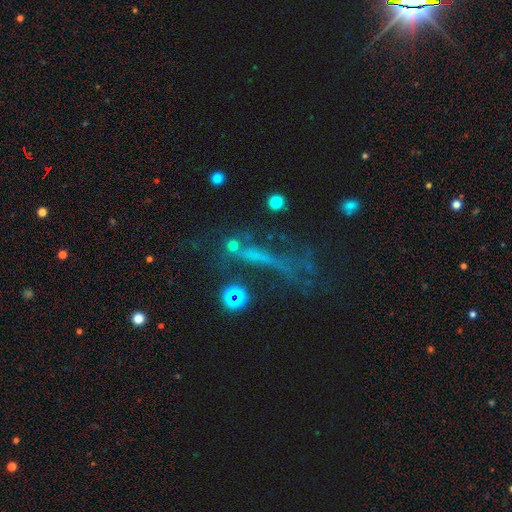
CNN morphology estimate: The model was most divided on "smooth or featured": star or artifact: 37%, featured or disk: 35%, smooth: 28%.